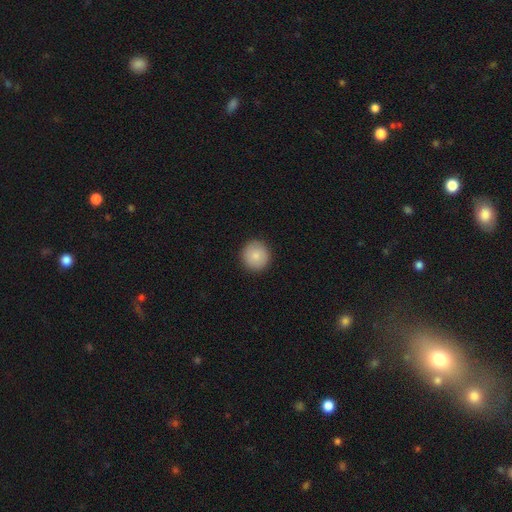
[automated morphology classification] type=smooth (85%); roundness=round (92%); merging=none (92%).